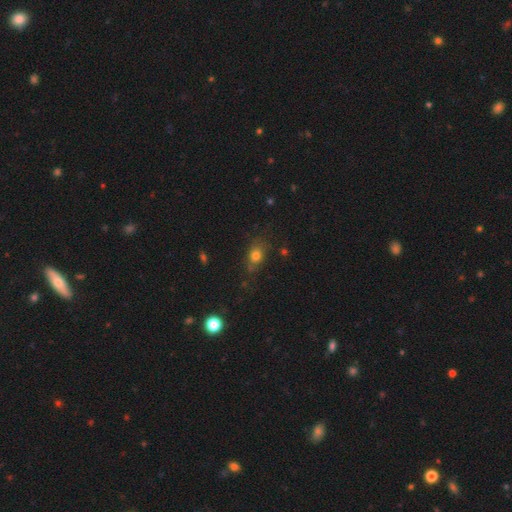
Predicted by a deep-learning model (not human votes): Smooth or featured? smooth (76%)
How rounded? in between (58%)
Merging? none (69%)